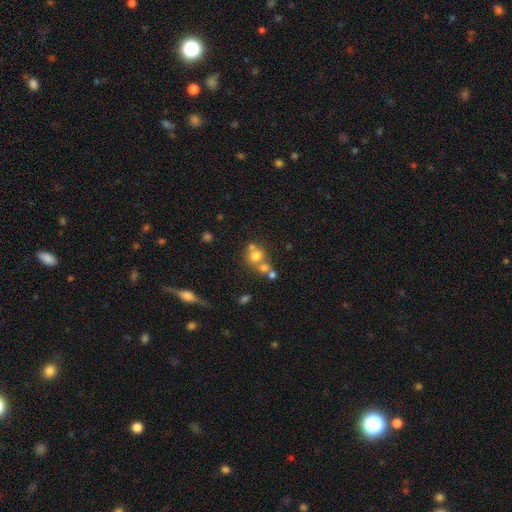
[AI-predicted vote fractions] smooth_or_featured: smooth (p=0.66) [alt: featured or disk p=0.19]
how_rounded: round (p=0.81) [alt: in between p=0.18]
merging: merger (p=0.45) [alt: none p=0.41]